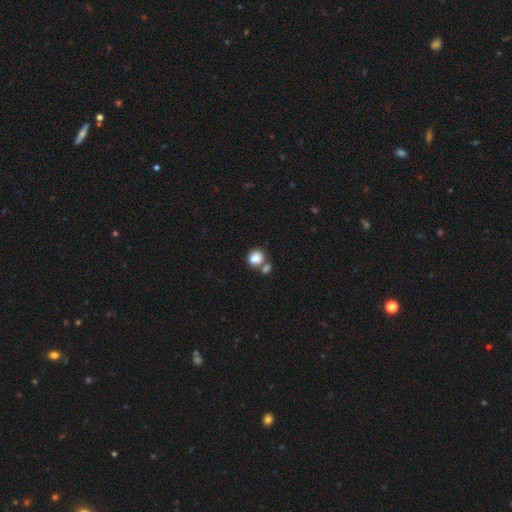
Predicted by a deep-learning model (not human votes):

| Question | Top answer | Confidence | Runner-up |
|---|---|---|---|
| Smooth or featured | smooth | 83% | star or artifact (9%) |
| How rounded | round | 62% | in between (37%) |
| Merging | merger | 43% | none (41%) |